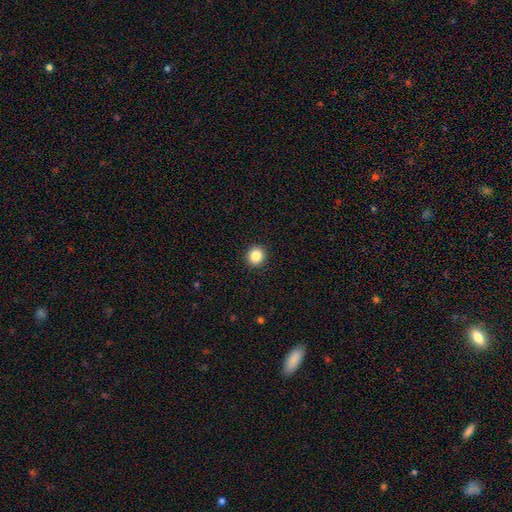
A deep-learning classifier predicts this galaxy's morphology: Overall: smooth (85%). How rounded: round (90%). Merging: none (93%).